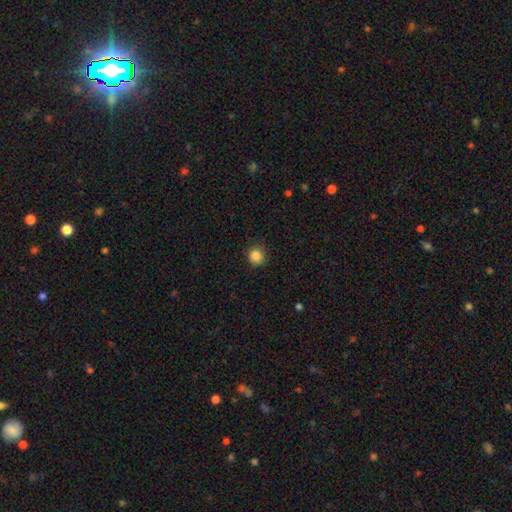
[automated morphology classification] Smooth or featured: smooth — 86% (star or artifact — 11%)
How rounded: round — 87% (in between — 12%)
Merging: none — 83% (minor disturbance — 13%)